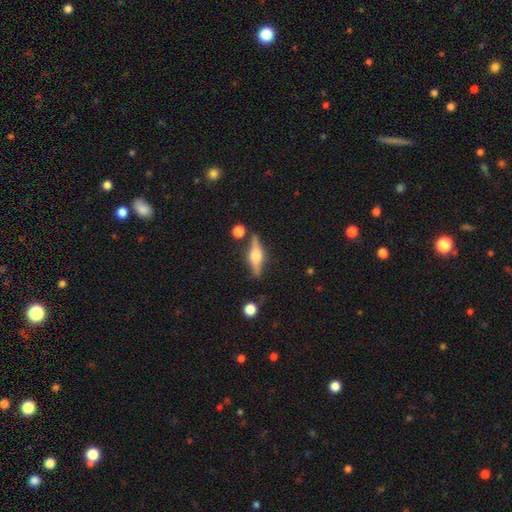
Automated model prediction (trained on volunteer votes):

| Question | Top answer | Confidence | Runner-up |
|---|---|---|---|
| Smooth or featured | featured or disk | 72% | smooth (21%) |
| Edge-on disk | yes | 96% | no (4%) |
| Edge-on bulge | rounded | 90% | boxy (8%) |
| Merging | none | 81% | minor disturbance (11%) |